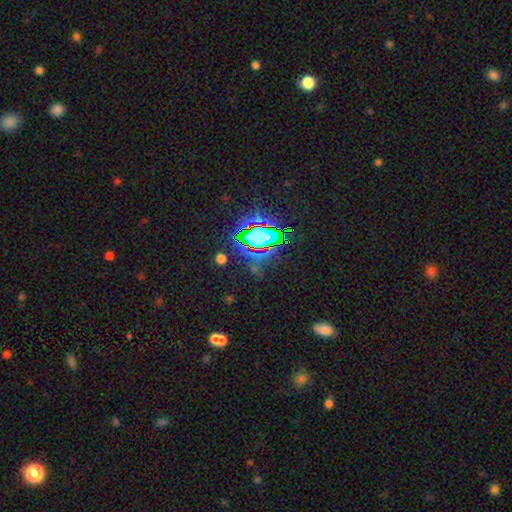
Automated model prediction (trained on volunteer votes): A star or artifact, not a galaxy (81%).

Vote fractions:
- Smooth or featured? star or artifact: 81% / smooth: 11% / featured or disk: 8%